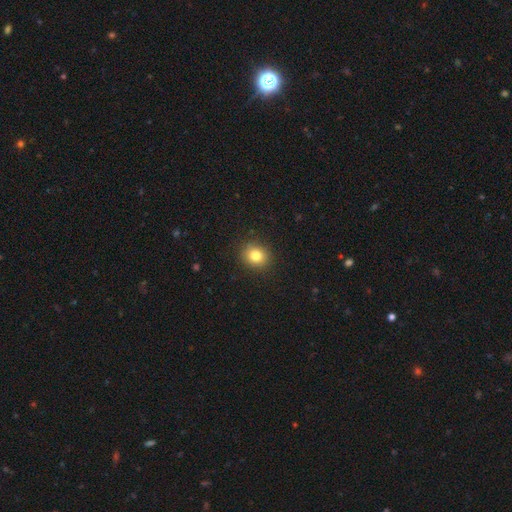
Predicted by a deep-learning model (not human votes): A smooth galaxy with no disk features (81%) that is round (76%).

Vote fractions:
- Smooth or featured? smooth: 81% / star or artifact: 11% / featured or disk: 8%
- How rounded? round: 76% / in between: 23% / cigar-shaped: 1%
- Merging? none: 90% / minor disturbance: 7% / major disturbance: 2% / merger: 1%